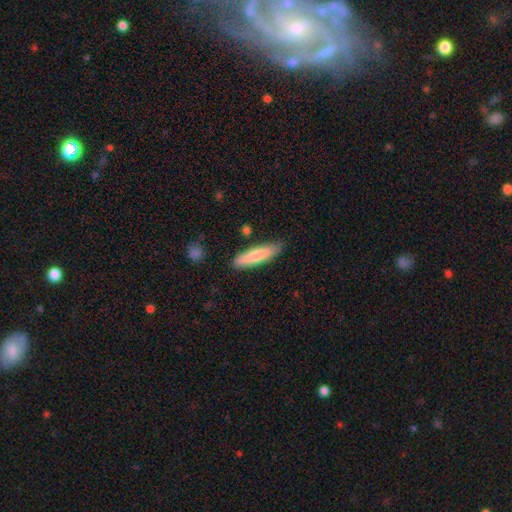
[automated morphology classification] smooth 76%, featured or disk 19%, star or artifact 6%. Down the decision tree: how rounded — cigar-shaped (75%); merging — none (82%).